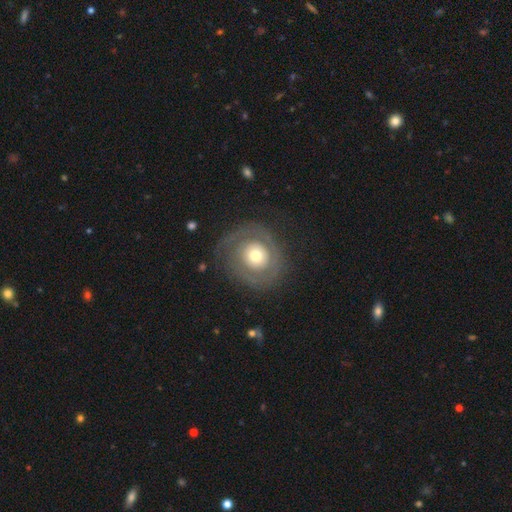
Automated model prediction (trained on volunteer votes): Smooth or featured? Predicted: featured or disk (p=0.59). Edge-on disk? Predicted: no (p=0.96). Bar? Predicted: no (p=0.89). Spiral arms? Predicted: no (p=0.56). Bulge size? Predicted: moderate (p=0.58). Merging? Predicted: none (p=0.73).